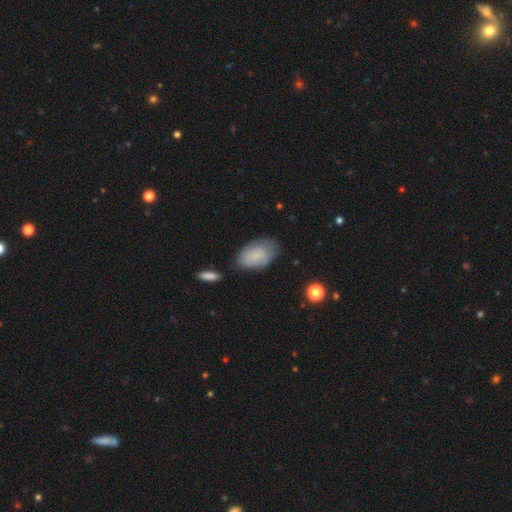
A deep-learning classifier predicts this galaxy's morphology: type=smooth (77%); roundness=in between (93%); merging=none (61%).